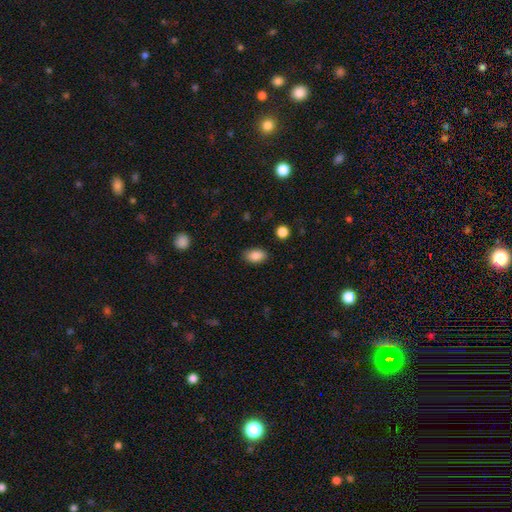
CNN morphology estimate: The model was most divided on "merging": none: 86%, minor disturbance: 10%, major disturbance: 2%, merger: 1%. More confident: how rounded — in between (90%); smooth or featured — smooth (86%).